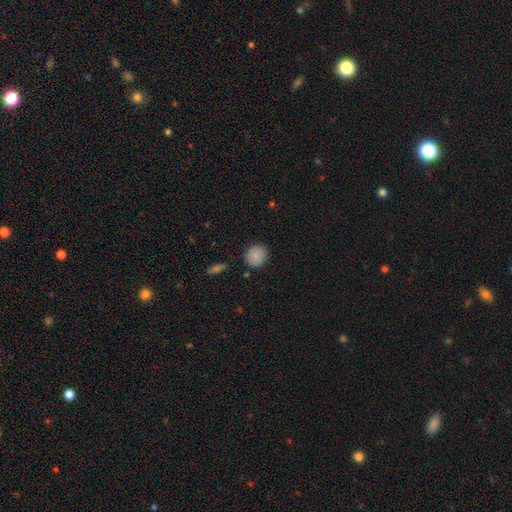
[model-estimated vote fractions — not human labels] Smooth or featured?
  - smooth: 83% *
  - featured or disk: 10%
  - star or artifact: 7%
How rounded?
  - round: 83% *
  - in between: 16%
  - cigar-shaped: 1%
Merging?
  - none: 83% *
  - minor disturbance: 12%
  - major disturbance: 2%
  - merger: 2%